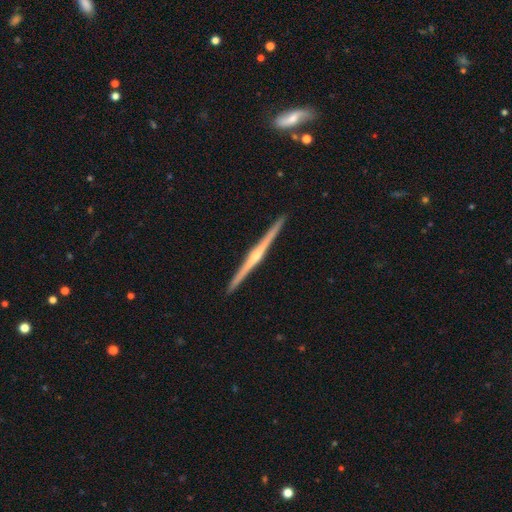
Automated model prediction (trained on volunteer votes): A featured or disk galaxy (83%) viewed edge-on (99%) with a rounded central bulge (74%). Merging: none (93%).